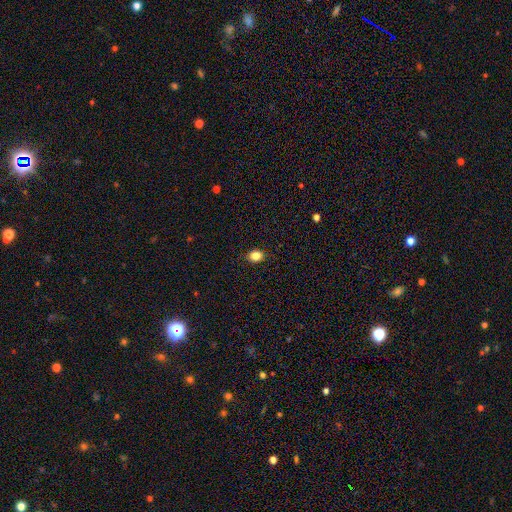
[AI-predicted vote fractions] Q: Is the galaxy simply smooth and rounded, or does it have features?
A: smooth — 84%.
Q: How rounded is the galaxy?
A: in between — 50%.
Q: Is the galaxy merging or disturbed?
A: none — 89%.